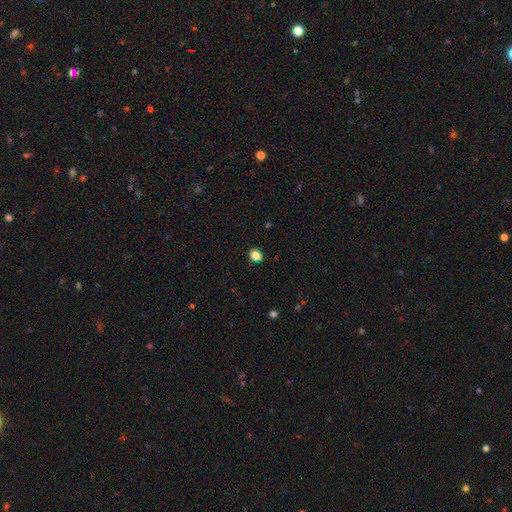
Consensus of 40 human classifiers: smooth 85%, featured or disk 8%, star or artifact 8%. Down the decision tree: how rounded — round (71%); merging — none (84%).